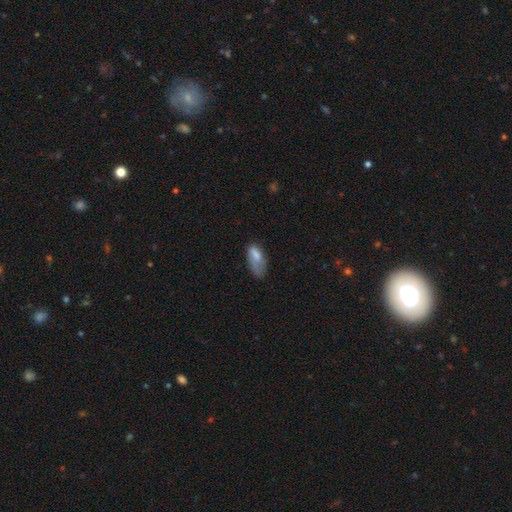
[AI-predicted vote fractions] Smooth or featured?
  - smooth: 74% *
  - featured or disk: 17%
  - star or artifact: 9%
How rounded?
  - in between: 86% *
  - cigar-shaped: 11%
  - round: 3%
Merging?
  - minor disturbance: 36% *
  - none: 33%
  - major disturbance: 28%
  - merger: 4%